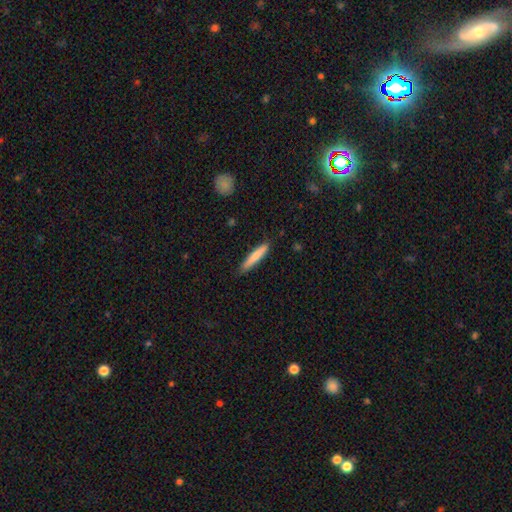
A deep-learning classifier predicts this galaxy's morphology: Smooth or featured? Predicted: smooth (p=0.77). How rounded? Predicted: cigar-shaped (p=0.90). Merging? Predicted: none (p=0.83).